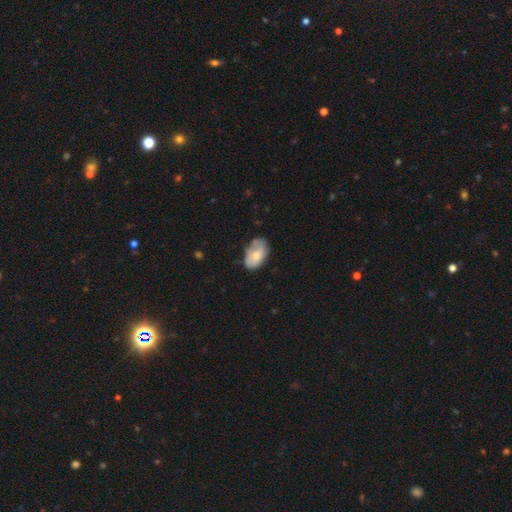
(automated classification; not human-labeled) Overall: smooth (66%; featured or disk 28%). How rounded: in between (92%). Merging: none (60%; minor disturbance 30%).